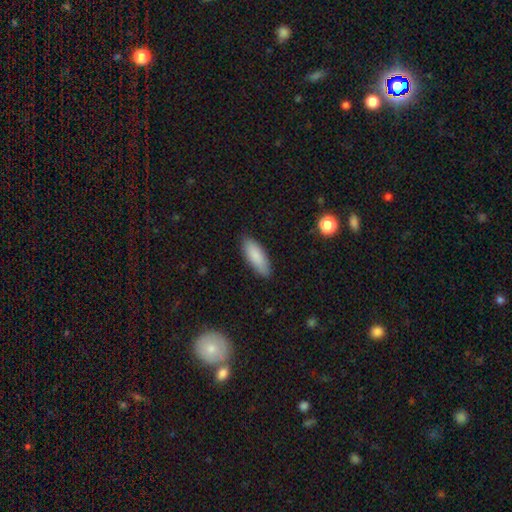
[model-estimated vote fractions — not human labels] The model was most divided on "how rounded": in between: 67%, cigar-shaped: 32%, round: 2%. More confident: smooth or featured — smooth (87%); merging — none (86%).